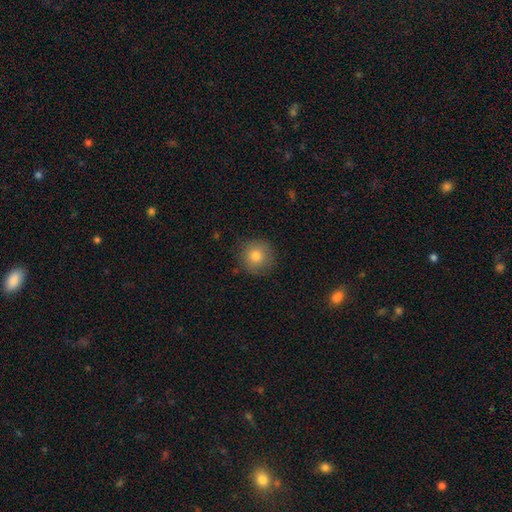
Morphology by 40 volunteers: Q: Smooth or featured?
A: smooth (85%); runner-up: featured or disk (12%)
Q: How rounded?
A: round (88%); runner-up: in between (12%)
Q: Merging?
A: none (92%); runner-up: minor disturbance (5%)